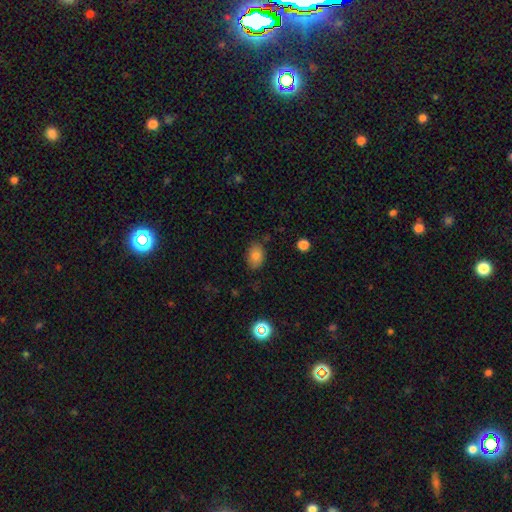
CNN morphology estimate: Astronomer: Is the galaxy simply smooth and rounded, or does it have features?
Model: smooth — 81%.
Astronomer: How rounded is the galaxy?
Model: in between — 85%.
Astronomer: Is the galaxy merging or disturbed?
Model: none — 81%.